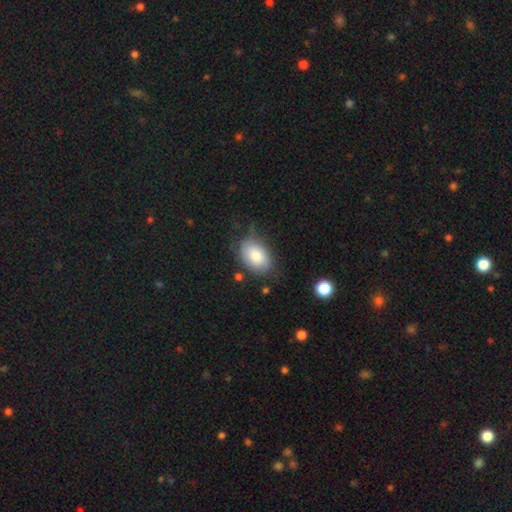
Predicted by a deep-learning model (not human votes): This is likely a smooth galaxy (78%). How rounded: clearly in between (84%). Merging: likely none (65%).